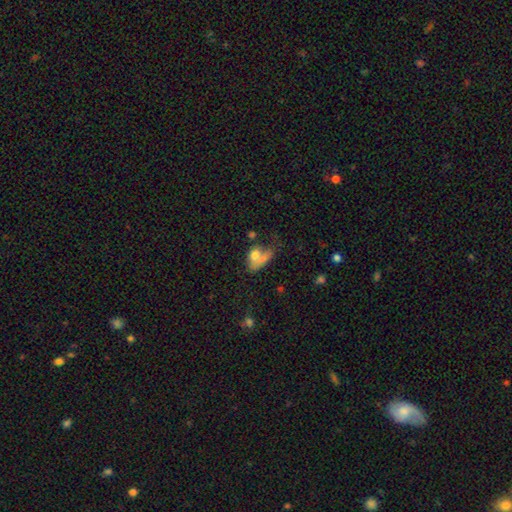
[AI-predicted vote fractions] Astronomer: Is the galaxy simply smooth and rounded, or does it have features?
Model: smooth — 68%.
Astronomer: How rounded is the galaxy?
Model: in between — 74%.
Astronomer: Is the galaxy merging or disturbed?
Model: merger — 39% (runner-up: none, 24%).